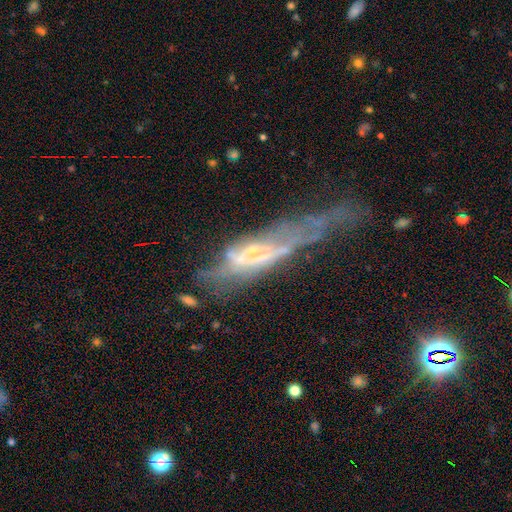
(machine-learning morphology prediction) Q: Smooth or featured?
A: featured or disk (67%); runner-up: smooth (21%)
Q: Edge-on disk?
A: yes (51%); runner-up: no (49%)
Q: Merging?
A: major disturbance (37%); runner-up: none (29%)